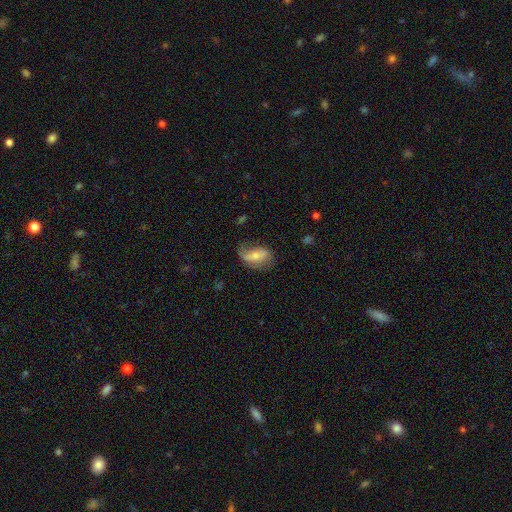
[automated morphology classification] smooth-or-featured: featured or disk: 54% | smooth: 39% | star or artifact: 8%
  disk-edge-on: no: 93% | yes: 7%
    bar: no: 45% | weak: 32% | strong: 23%
    has-spiral-arms: yes: 80% | no: 20%
    bulge-size: small: 55% | moderate: 36% | none: 5% | large: 3% | dominant: 1%
  merging: none: 44% | minor disturbance: 30% | major disturbance: 23% | merger: 2%